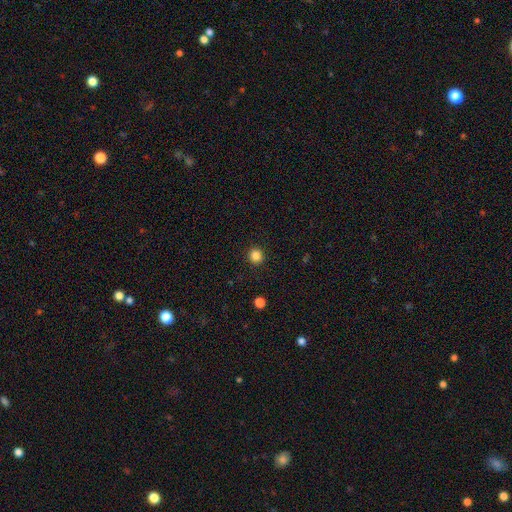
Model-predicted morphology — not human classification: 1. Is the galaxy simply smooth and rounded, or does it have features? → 85% smooth, 12% star or artifact, 4% featured or disk.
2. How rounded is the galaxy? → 91% round, 8% in between, 1% cigar-shaped.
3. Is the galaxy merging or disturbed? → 92% none, 5% minor disturbance, 2% major disturbance, 1% merger.